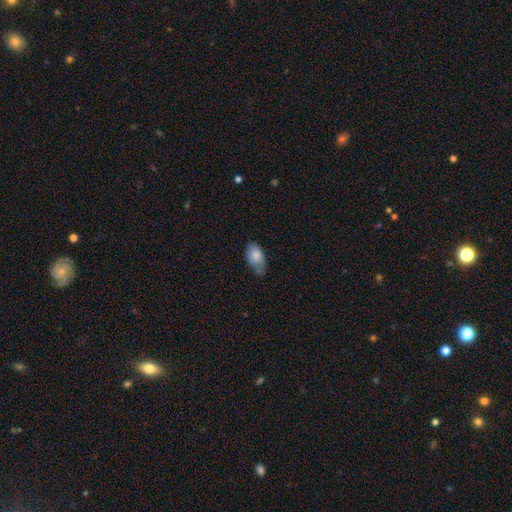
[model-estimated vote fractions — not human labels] smooth_or_featured: smooth (p=0.79) [alt: featured or disk p=0.14]
how_rounded: in between (p=0.93) [alt: round p=0.05]
merging: none (p=0.53) [alt: minor disturbance p=0.37]